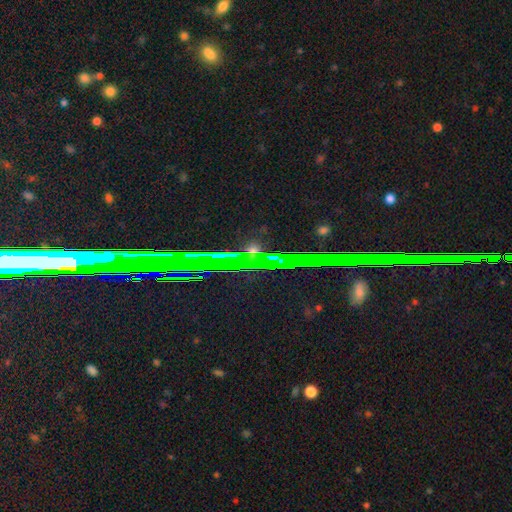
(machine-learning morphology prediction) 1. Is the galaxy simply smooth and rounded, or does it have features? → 64% star or artifact, 19% featured or disk, 17% smooth.